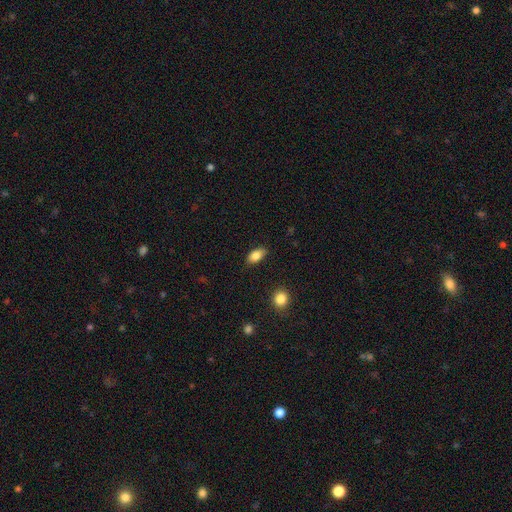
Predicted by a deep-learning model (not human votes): smooth_or_featured: smooth (p=0.84) [alt: featured or disk p=0.09]
how_rounded: in between (p=0.90) [alt: round p=0.06]
merging: none (p=0.84) [alt: minor disturbance p=0.12]